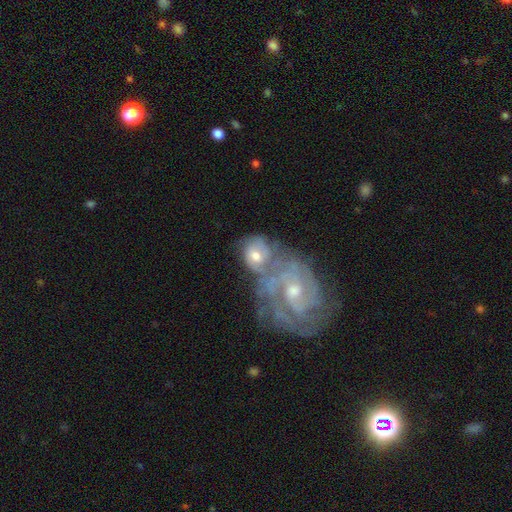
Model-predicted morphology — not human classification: A featured or disk galaxy (63%) with no bar (68%), spiral arms (80%) and a moderate central bulge (66%). Merging: merger (62%).